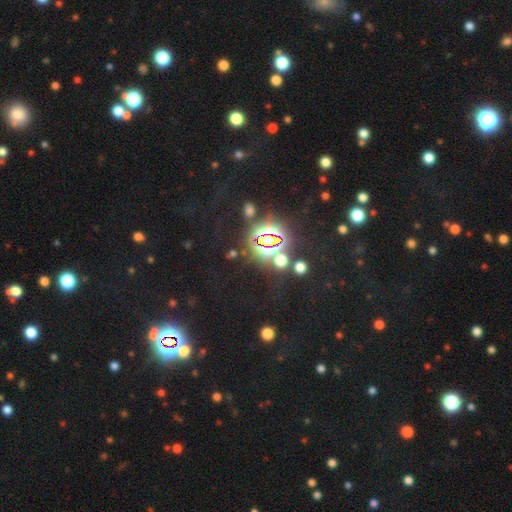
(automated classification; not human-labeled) Smooth or featured?
  - star or artifact: 81% *
  - smooth: 12%
  - featured or disk: 7%